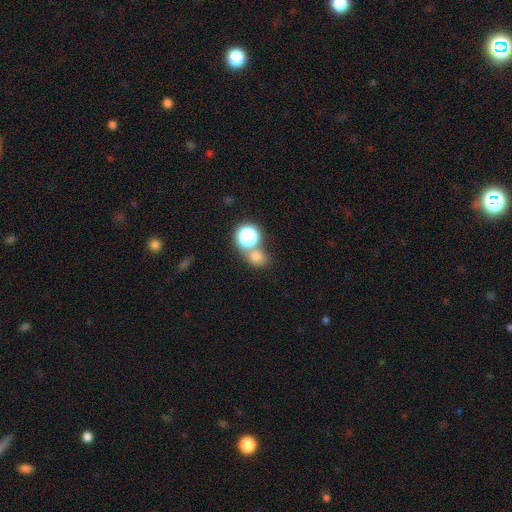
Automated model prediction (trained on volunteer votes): The model was most divided on "merging": none: 58%, merger: 30%, minor disturbance: 9%, major disturbance: 4%. More confident: smooth or featured — smooth (69%); how rounded — round (65%).